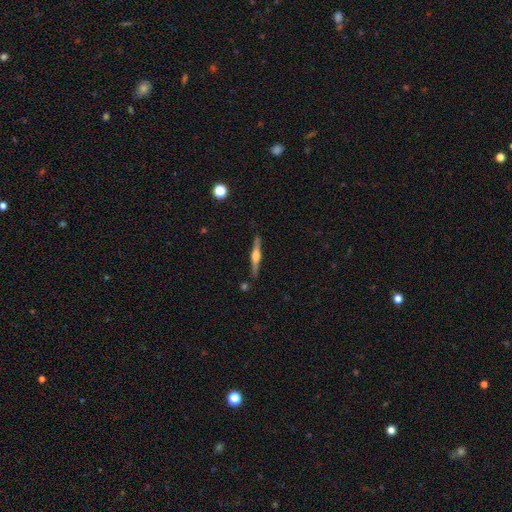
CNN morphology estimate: Smooth or featured: featured or disk — 74% (smooth — 20%)
Edge-on disk: yes — 98% (no — 2%)
Edge-on bulge: rounded — 86% (boxy — 11%)
Merging: none — 88% (minor disturbance — 8%)